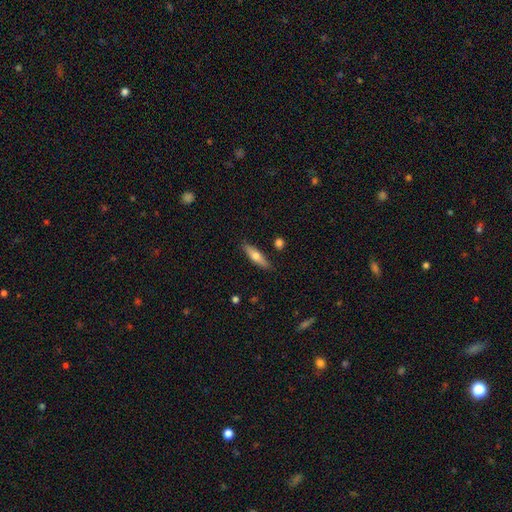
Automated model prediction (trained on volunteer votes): smooth_or_featured: smooth (p=0.58) [alt: featured or disk p=0.36]
how_rounded: cigar-shaped (p=0.65) [alt: in between p=0.33]
merging: none (p=0.86) [alt: minor disturbance p=0.10]